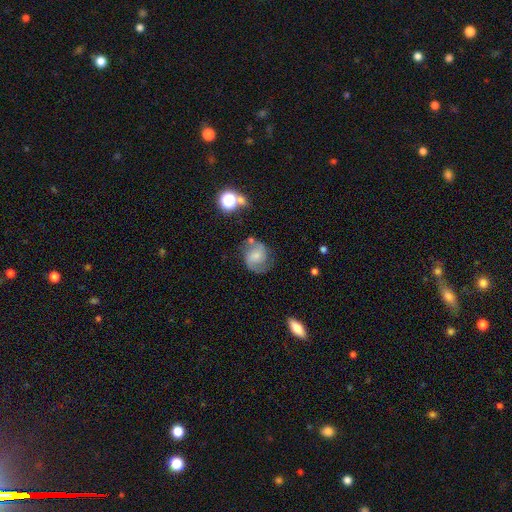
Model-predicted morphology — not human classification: type=featured or disk (63%); edge-on=no (97%); bar=no (48%); spiral arms=yes (90%); winding=medium (51%); arm count=2 (84%); bulge=small (40%); merging=none (64%).